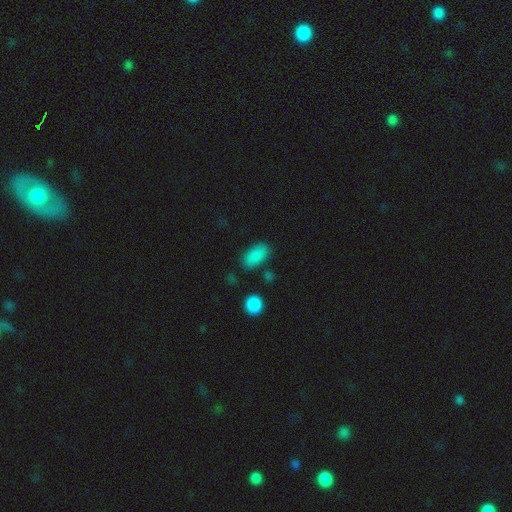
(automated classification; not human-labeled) Smooth or featured: smooth — 87% (star or artifact — 8%)
How rounded: in between — 91% (round — 5%)
Merging: none — 80% (minor disturbance — 13%)